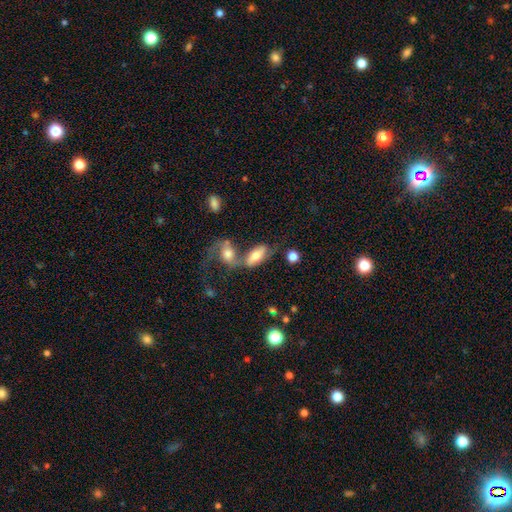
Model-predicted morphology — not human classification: Q: Smooth or featured?
A: smooth (61%); runner-up: featured or disk (30%)
Q: How rounded?
A: in between (82%); runner-up: cigar-shaped (14%)
Q: Merging?
A: merger (51%); runner-up: none (26%)